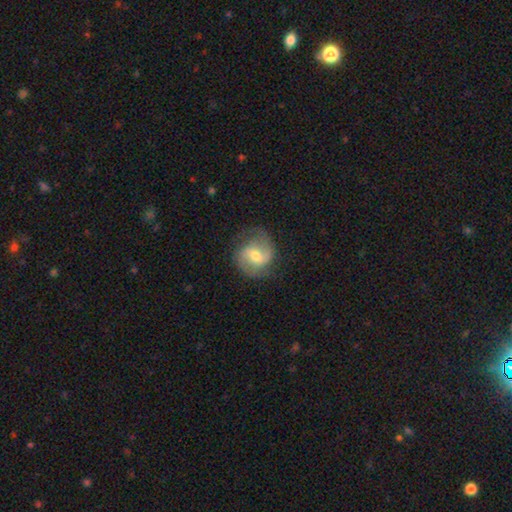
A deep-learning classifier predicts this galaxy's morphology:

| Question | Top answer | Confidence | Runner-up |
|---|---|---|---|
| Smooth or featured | featured or disk | 77% | smooth (17%) |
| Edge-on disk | no | 98% | yes (2%) |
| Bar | weak | 55% | no (24%) |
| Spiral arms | yes | 94% | no (6%) |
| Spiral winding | medium | 50% | loose (29%) |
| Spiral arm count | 2 | 87% | can't tell (6%) |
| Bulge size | moderate | 61% | small (32%) |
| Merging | none | 72% | minor disturbance (18%) |